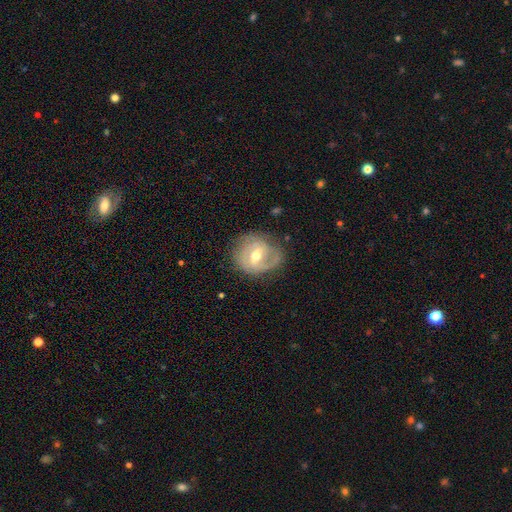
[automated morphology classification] This appears to be a featured or disk galaxy (79%) with a weak bar (55%), 2 (52%) tight (44%) spiral arms (91%) and a moderate central bulge (67%). Merging: none (70%).